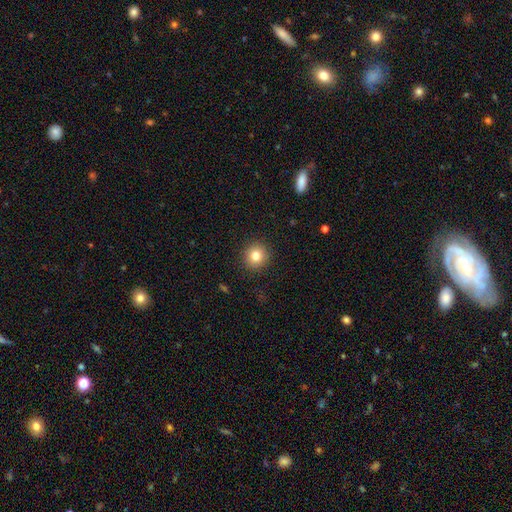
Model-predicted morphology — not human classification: The model was most divided on "smooth or featured": smooth: 80%, star or artifact: 11%, featured or disk: 9%. More confident: how rounded — round (92%); merging — none (91%).